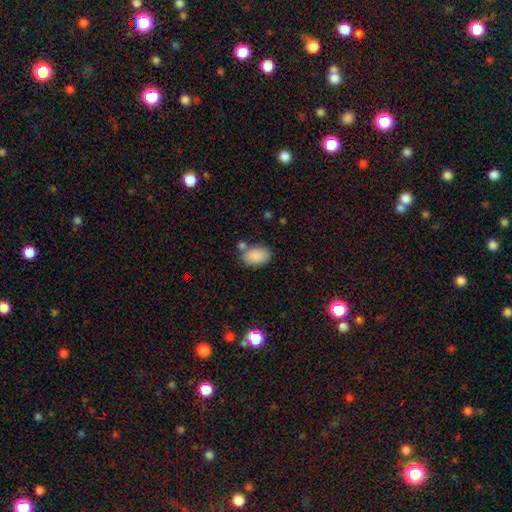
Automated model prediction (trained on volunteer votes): Morphology: type=smooth (88%); roundness=in between (91%); merging=none (64%).